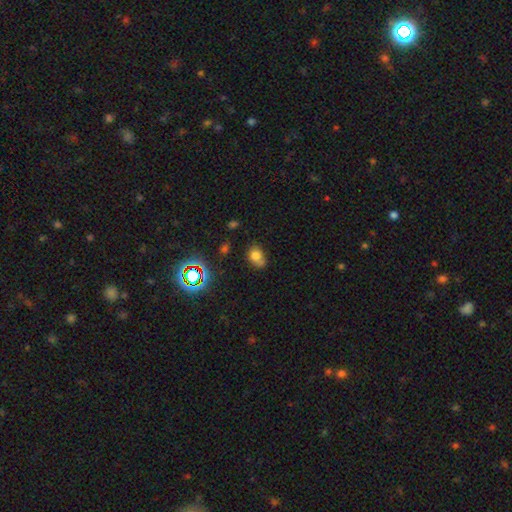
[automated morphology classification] A smooth galaxy with no disk features (71%) that is in between round and cigar-shaped (62%). Merging: none (52%).